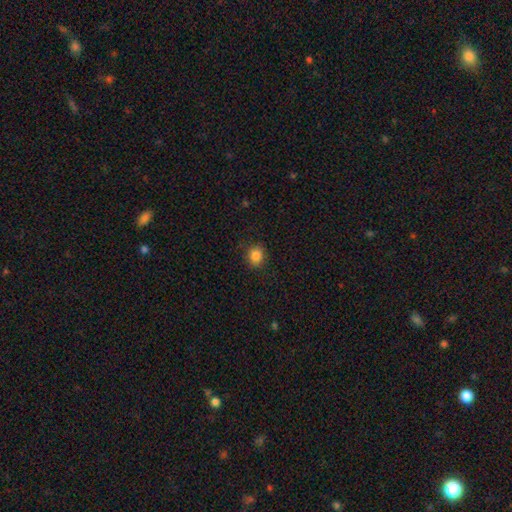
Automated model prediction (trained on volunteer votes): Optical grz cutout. It shows a smooth galaxy with no disk features (85%) that is round (72%). Merging: none (88%).